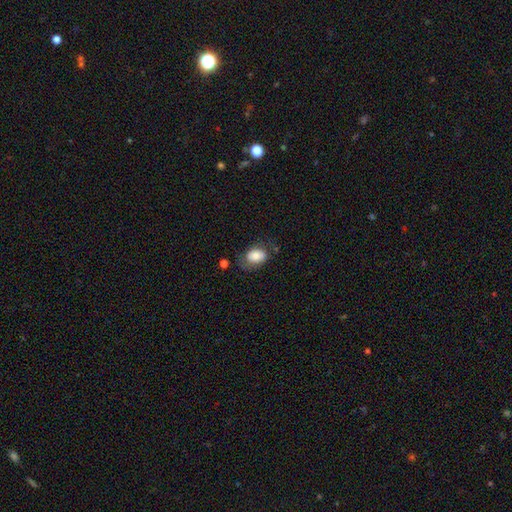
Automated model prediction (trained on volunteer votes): smooth 76%, featured or disk 16%, star or artifact 8%. Down the decision tree: how rounded — in between (80%); merging — none (54%).